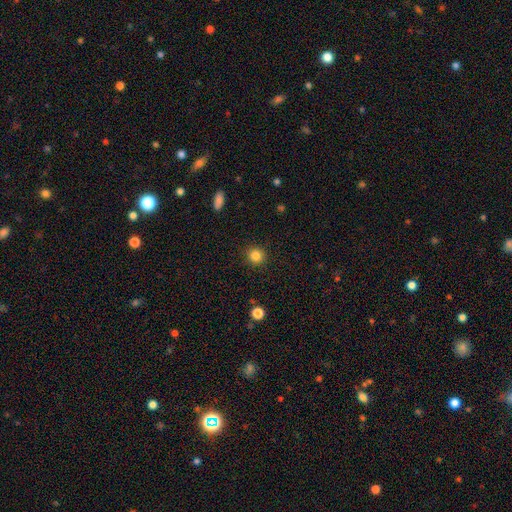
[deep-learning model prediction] A smooth galaxy with no disk features (84%) that is round (92%). Merging: none (91%).